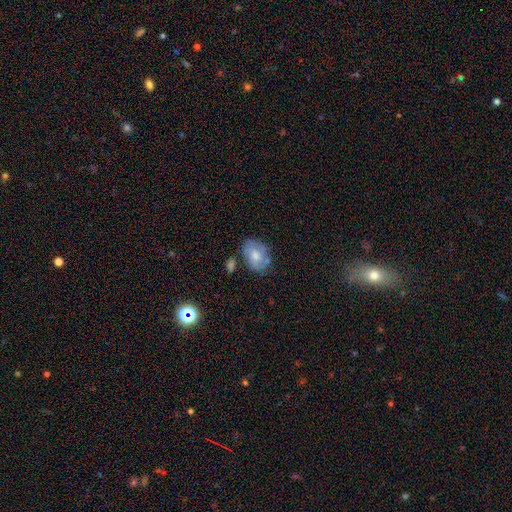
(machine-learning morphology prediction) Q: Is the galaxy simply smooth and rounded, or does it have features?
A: smooth — 57%.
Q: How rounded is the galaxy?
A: in between — 66%.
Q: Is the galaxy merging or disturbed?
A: none — 57%.